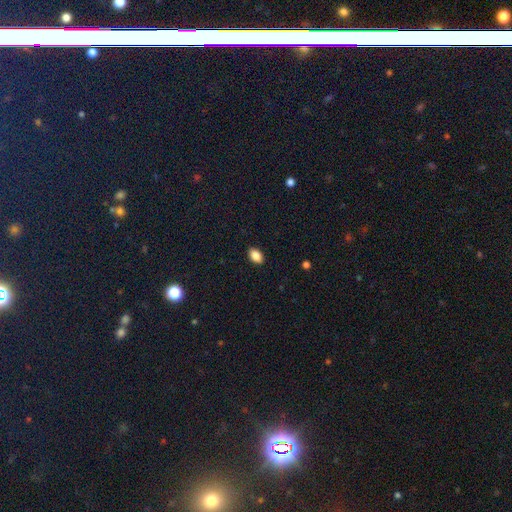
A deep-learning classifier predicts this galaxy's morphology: type=smooth (86%); roundness=in between (90%); merging=none (90%).